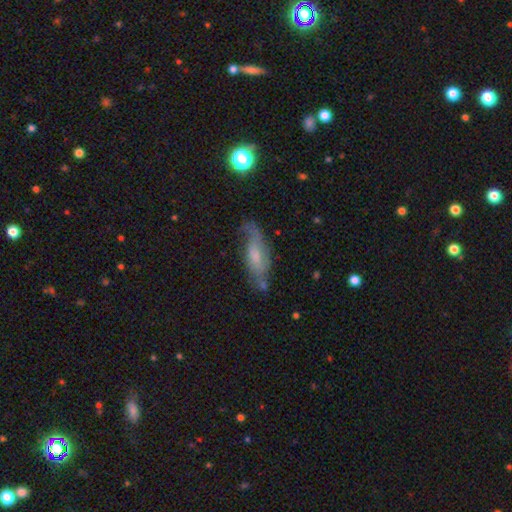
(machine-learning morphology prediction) This is possibly a featured or disk galaxy (53%). It is likely not viewed edge-on (78%). Merging: possibly none (54%).